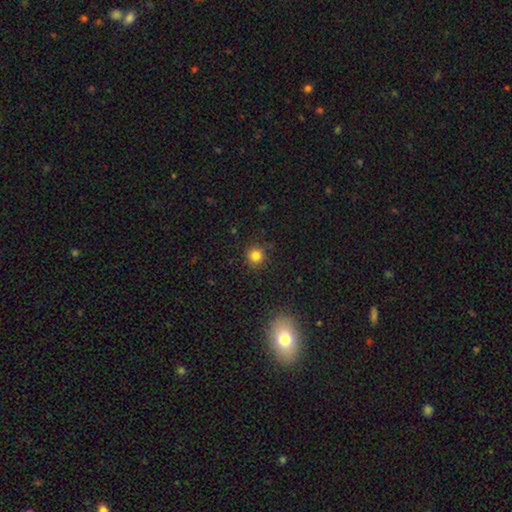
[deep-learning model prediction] Q: Smooth or featured?
A: smooth (82%); runner-up: star or artifact (13%)
Q: How rounded?
A: round (92%); runner-up: in between (7%)
Q: Merging?
A: none (88%); runner-up: minor disturbance (8%)